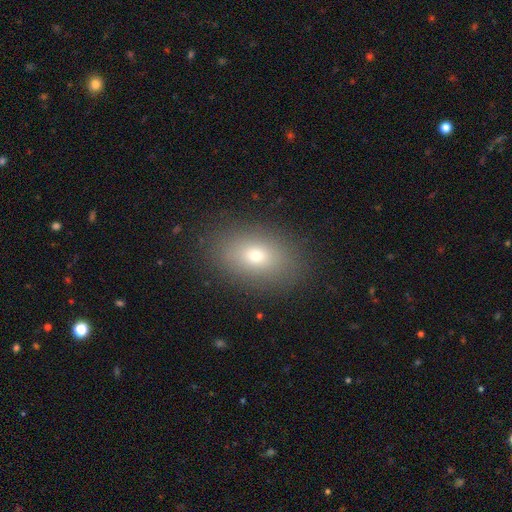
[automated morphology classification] Smooth or featured? smooth (71%)
How rounded? in between (83%)
Merging? none (87%)